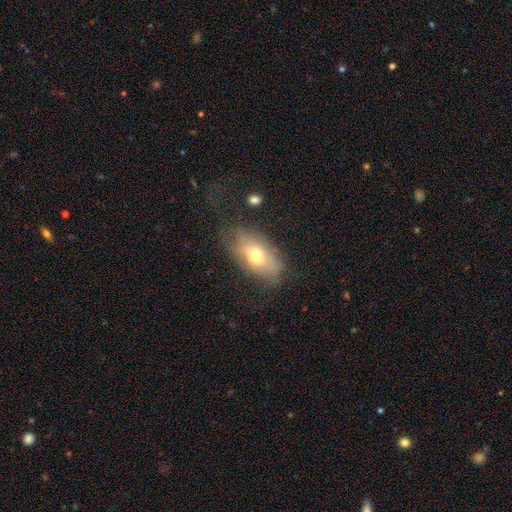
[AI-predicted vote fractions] A smooth galaxy with no disk features (61%) that is in between round and cigar-shaped (89%). Merging: none (61%).